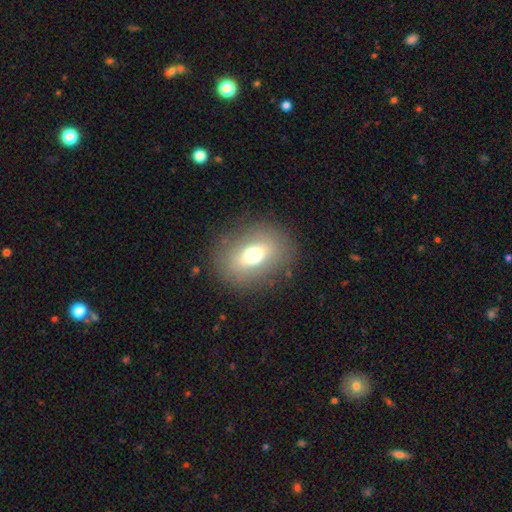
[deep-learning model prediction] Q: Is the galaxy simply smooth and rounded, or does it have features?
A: smooth — 64%.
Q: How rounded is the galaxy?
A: in between — 65%.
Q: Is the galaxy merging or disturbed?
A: none — 85%.